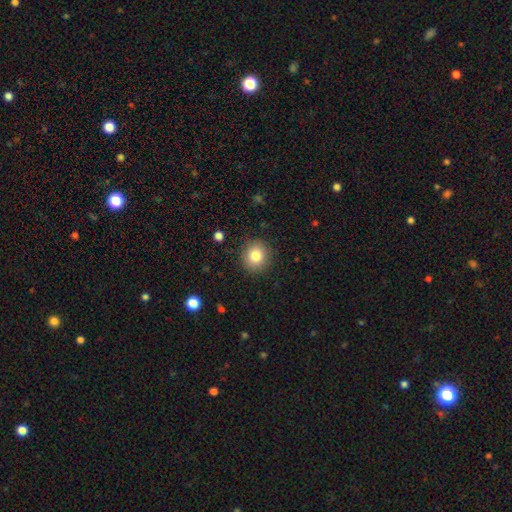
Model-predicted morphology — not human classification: Smooth or featured? smooth (83%)
How rounded? round (87%)
Merging? none (90%)